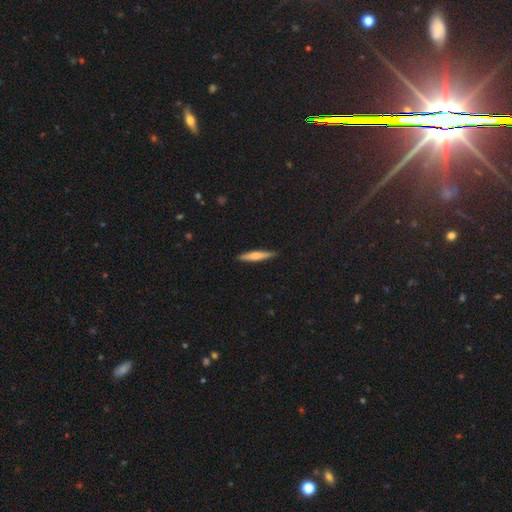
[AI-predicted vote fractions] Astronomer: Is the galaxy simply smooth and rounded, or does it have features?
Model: smooth — 62%.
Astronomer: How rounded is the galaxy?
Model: cigar-shaped — 90%.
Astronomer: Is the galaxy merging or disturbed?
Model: none — 88%.